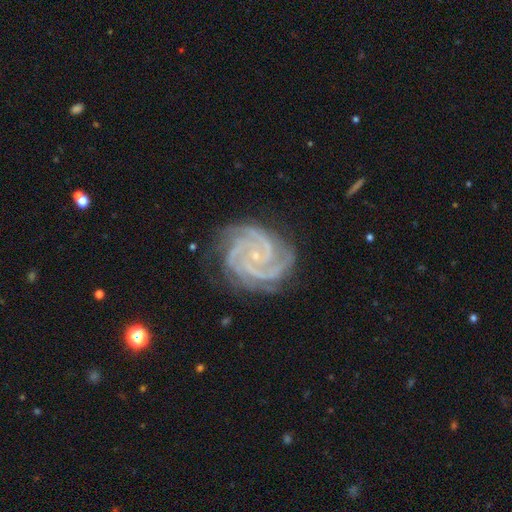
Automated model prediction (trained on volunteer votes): smooth-or-featured: featured or disk: 92% | star or artifact: 5% | smooth: 3%
  disk-edge-on: no: 98% | yes: 2%
    bar: no: 69% | weak: 21% | strong: 10%
    has-spiral-arms: yes: 99% | no: 1%
      spiral-winding: tight: 78% | medium: 20% | loose: 2%
      spiral-arm-count: 3: 39% | 4: 27% | 2: 12% | can't tell: 8% | more than 4: 7% | 1: 7%
    bulge-size: small: 86% | moderate: 9% | none: 3% | large: 1% | dominant: 1%
  merging: none: 78% | minor disturbance: 16% | major disturbance: 4% | merger: 1%